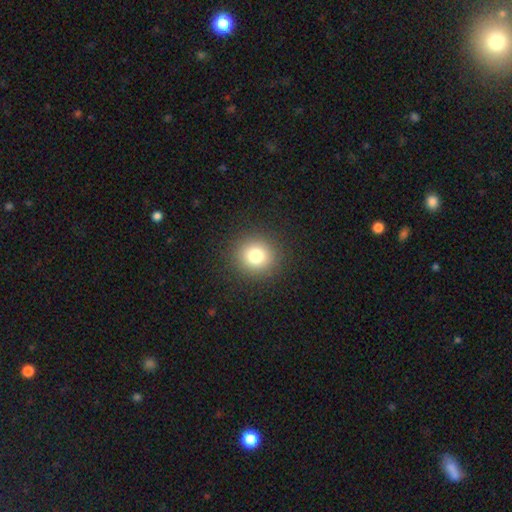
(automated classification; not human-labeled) The model was most divided on "smooth or featured": smooth: 79%, star or artifact: 13%, featured or disk: 8%. More confident: merging — none (91%); how rounded — round (90%).